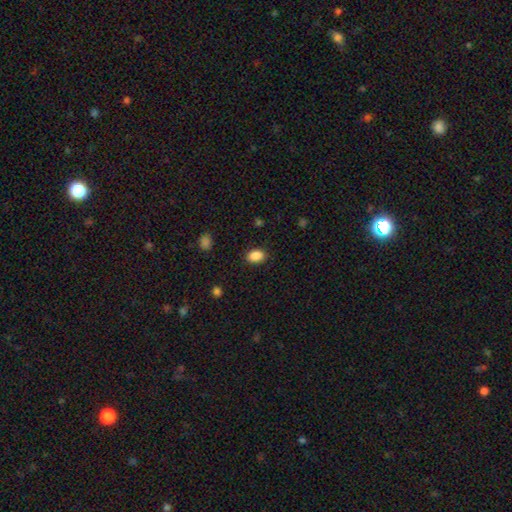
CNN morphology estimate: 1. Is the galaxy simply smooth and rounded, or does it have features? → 89% smooth, 9% star or artifact, 3% featured or disk.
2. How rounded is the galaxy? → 80% in between, 19% round, 1% cigar-shaped.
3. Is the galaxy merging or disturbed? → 87% none, 9% minor disturbance, 3% major disturbance, 1% merger.